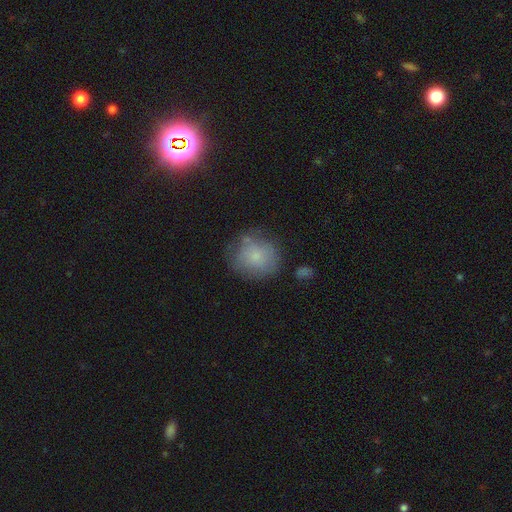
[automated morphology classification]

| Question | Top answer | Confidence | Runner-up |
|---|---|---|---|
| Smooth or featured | smooth | 74% | featured or disk (16%) |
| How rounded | round | 82% | in between (17%) |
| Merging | none | 63% | minor disturbance (23%) |